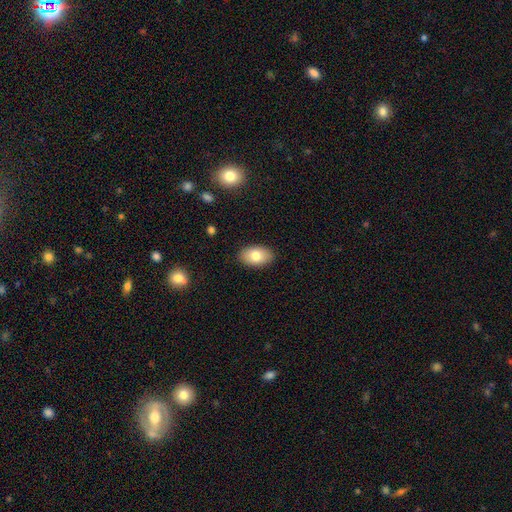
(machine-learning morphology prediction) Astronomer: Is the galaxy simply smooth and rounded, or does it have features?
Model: smooth — 79%.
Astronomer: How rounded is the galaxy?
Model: in between — 92%.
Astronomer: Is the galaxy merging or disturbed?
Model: none — 88%.